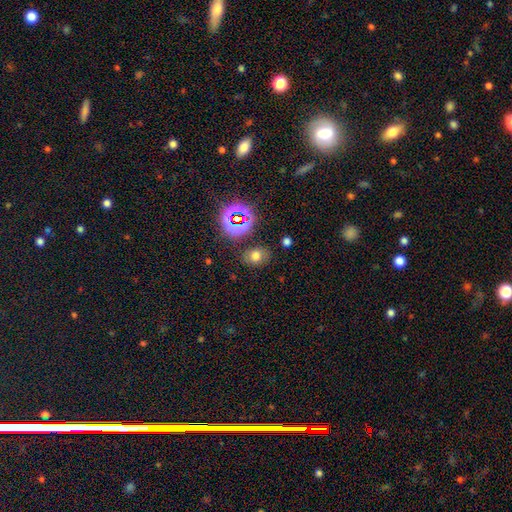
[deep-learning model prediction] smooth 66%, star or artifact 24%, featured or disk 11%. Down the decision tree: how rounded — in between (56%); merging — none (79%).